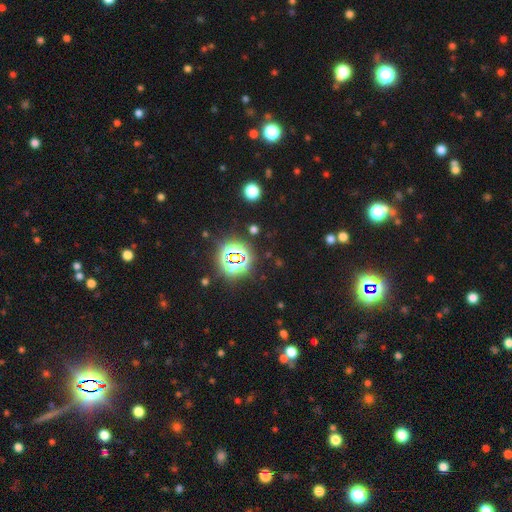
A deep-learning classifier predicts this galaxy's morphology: Overall: star or artifact (79%).